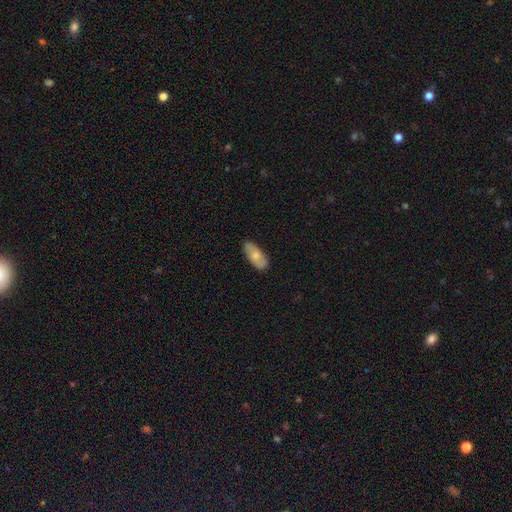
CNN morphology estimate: Smooth or featured? smooth (68%)
How rounded? in between (86%)
Merging? none (82%)